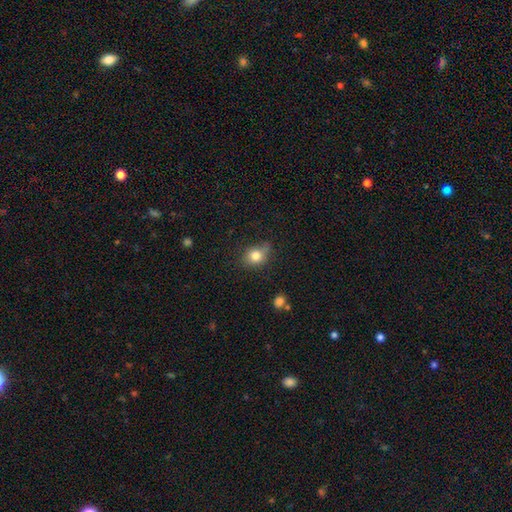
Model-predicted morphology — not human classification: The model was most divided on "how rounded": round: 53%, in between: 46%, cigar-shaped: 1%. More confident: smooth or featured — smooth (80%); merging — none (62%).